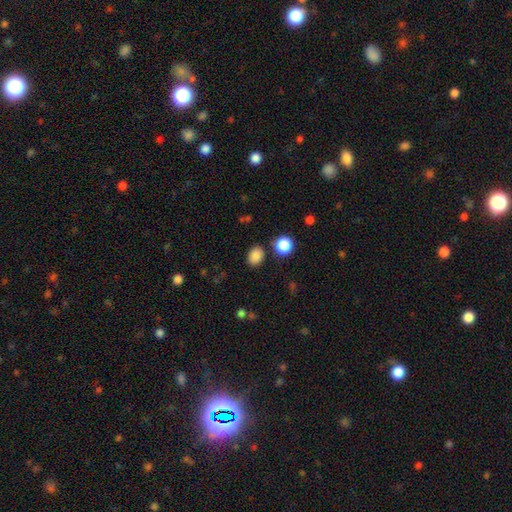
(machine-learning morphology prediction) Q: Smooth or featured?
A: smooth (85%); runner-up: star or artifact (11%)
Q: How rounded?
A: in between (59%); runner-up: round (40%)
Q: Merging?
A: none (82%); runner-up: minor disturbance (10%)